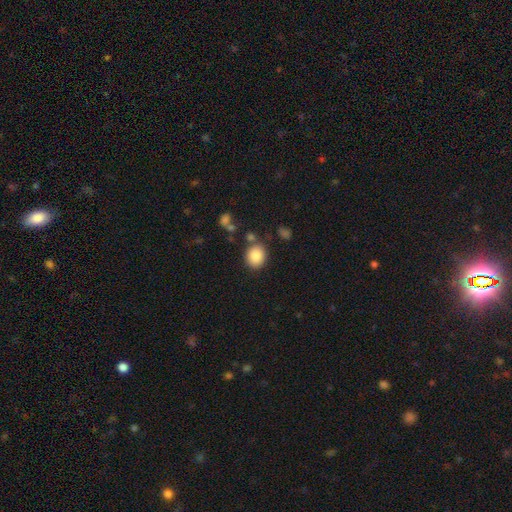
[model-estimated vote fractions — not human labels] Smooth or featured?
  - smooth: 86% *
  - star or artifact: 9%
  - featured or disk: 5%
How rounded?
  - round: 70% *
  - in between: 29%
  - cigar-shaped: 1%
Merging?
  - none: 79% *
  - minor disturbance: 11%
  - merger: 7%
  - major disturbance: 4%